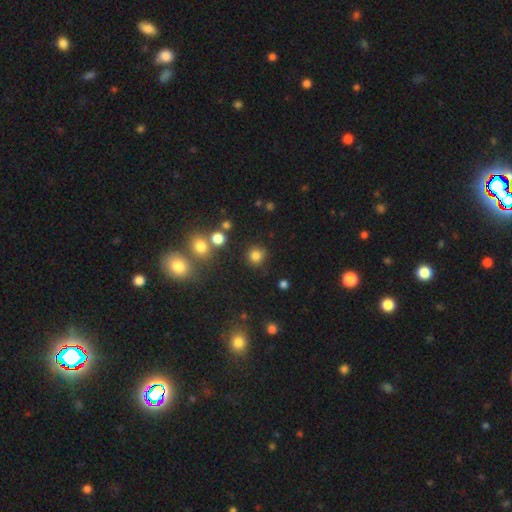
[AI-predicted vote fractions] Q: Smooth or featured?
A: smooth (80%); runner-up: star or artifact (16%)
Q: How rounded?
A: round (91%); runner-up: in between (8%)
Q: Merging?
A: none (85%); runner-up: minor disturbance (8%)